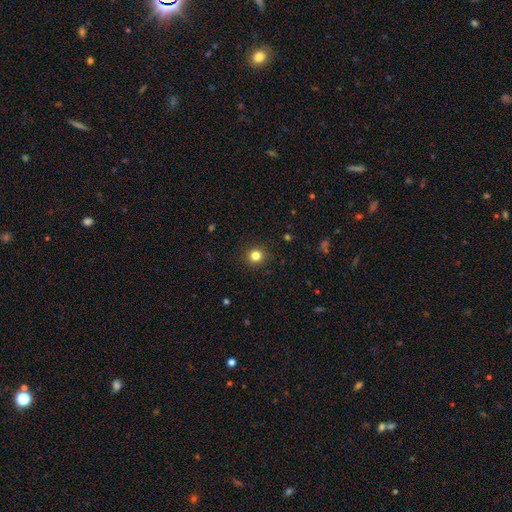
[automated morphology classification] This is clearly a smooth galaxy (82%). How rounded: clearly round (91%). Merging: clearly none (92%).